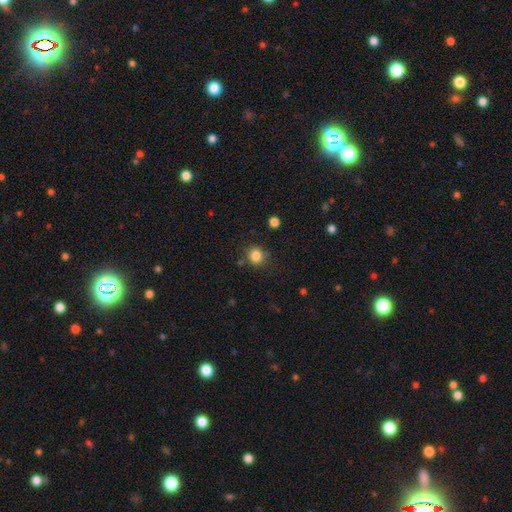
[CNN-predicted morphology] A smooth galaxy with no disk features (84%) that is round (83%). Merging: none (81%).